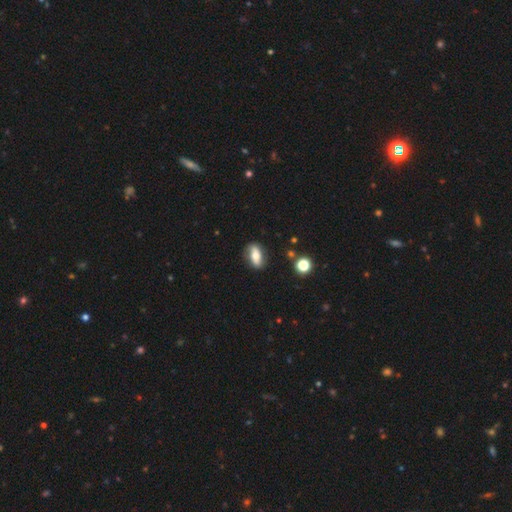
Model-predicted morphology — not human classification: Smooth or featured: smooth — 52% (featured or disk — 40%)
How rounded: in between — 80% (cigar-shaped — 13%)
Merging: none — 79% (minor disturbance — 15%)